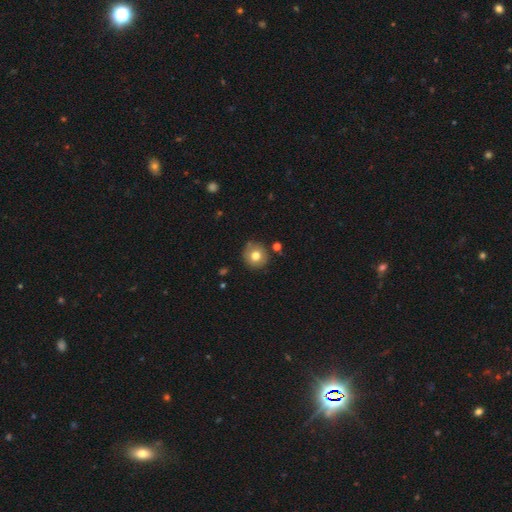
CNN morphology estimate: Smooth or featured?
  - smooth: 75% *
  - featured or disk: 15%
  - star or artifact: 10%
How rounded?
  - round: 92% *
  - in between: 7%
  - cigar-shaped: 1%
Merging?
  - none: 82% *
  - minor disturbance: 12%
  - merger: 4%
  - major disturbance: 3%